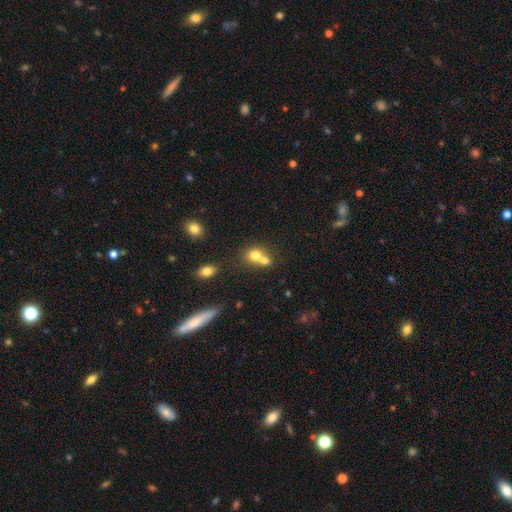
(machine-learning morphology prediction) Smooth or featured? Predicted: smooth (p=0.74). How rounded? Predicted: round (p=0.71). Merging? Predicted: merger (p=0.63).